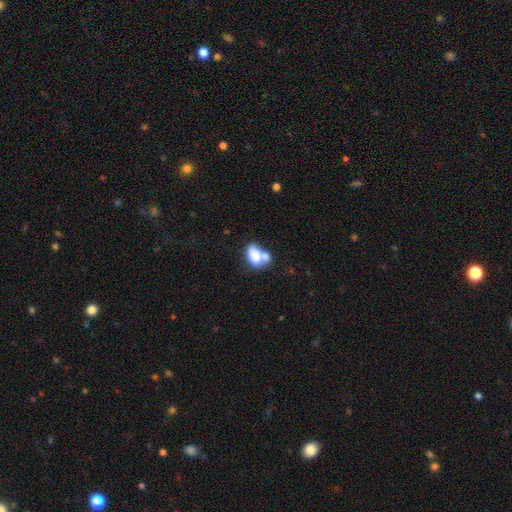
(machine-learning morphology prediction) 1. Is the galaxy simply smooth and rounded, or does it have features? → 75% smooth, 16% featured or disk, 9% star or artifact.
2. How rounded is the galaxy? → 87% in between, 11% round, 2% cigar-shaped.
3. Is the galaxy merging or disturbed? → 55% merger, 25% none, 12% minor disturbance, 8% major disturbance.